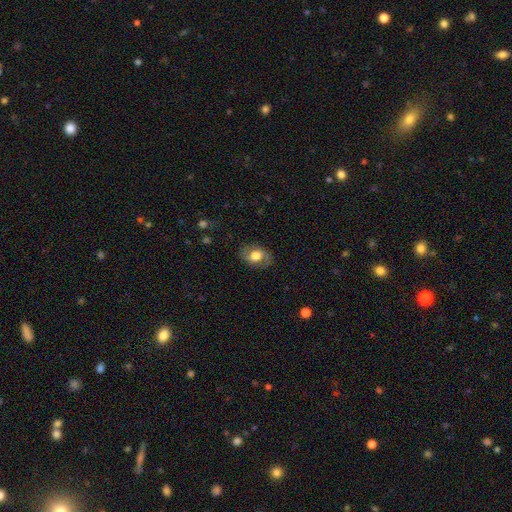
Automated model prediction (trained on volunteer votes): A smooth galaxy with no disk features (55%) that is in between round and cigar-shaped (75%). Merging: none (78%).